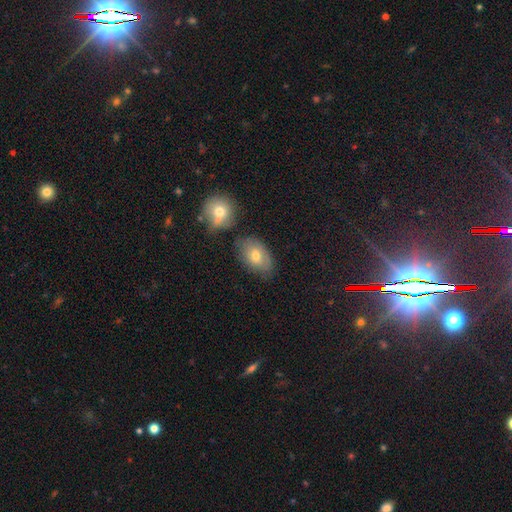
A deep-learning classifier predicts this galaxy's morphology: Smooth or featured: smooth — 72% (featured or disk — 20%)
How rounded: in between — 86% (round — 12%)
Merging: none — 62% (minor disturbance — 22%)